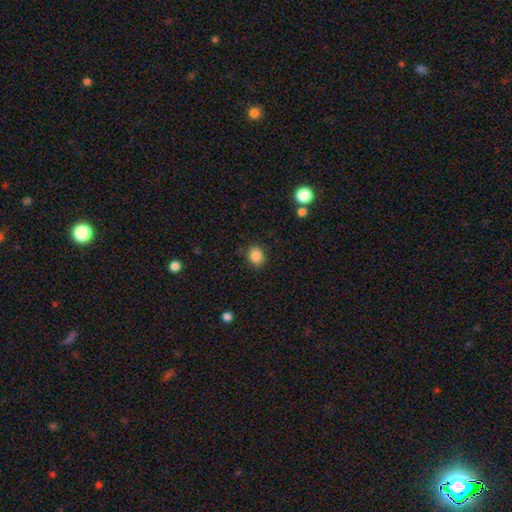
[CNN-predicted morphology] A smooth galaxy with no disk features (86%) that is round (71%).

Vote fractions:
- Smooth or featured? smooth: 86% / star or artifact: 10% / featured or disk: 3%
- How rounded? round: 71% / in between: 29% / cigar-shaped: 1%
- Merging? none: 85% / minor disturbance: 11% / major disturbance: 3% / merger: 2%